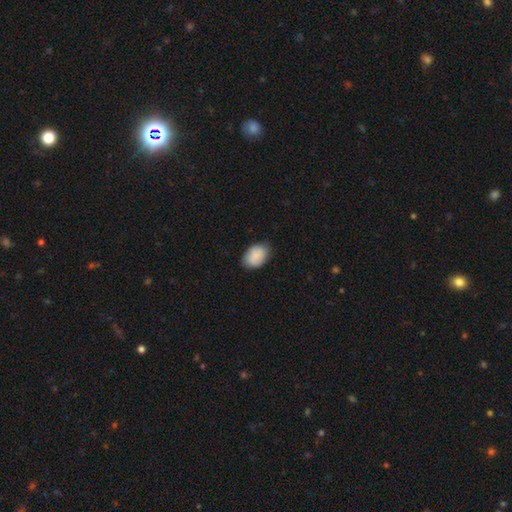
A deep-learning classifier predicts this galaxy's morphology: A smooth galaxy with no disk features (89%) that is in between round and cigar-shaped (81%). Merging: none (75%).